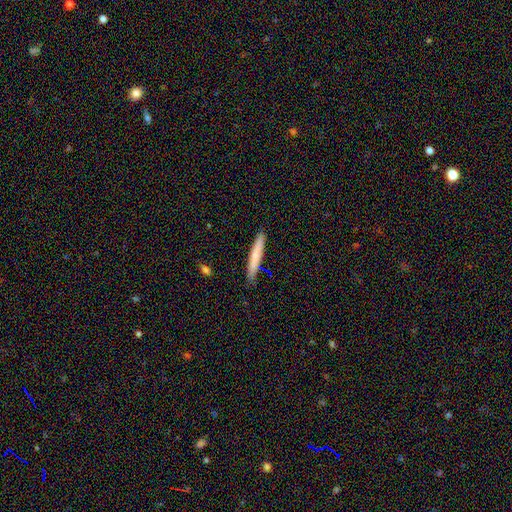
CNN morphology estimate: A smooth galaxy with no disk features (72%) that is cigar-shaped (95%).

Vote fractions:
- Smooth or featured? smooth: 72% / featured or disk: 22% / star or artifact: 6%
- How rounded? cigar-shaped: 95% / in between: 4% / round: 1%
- Merging? none: 88% / minor disturbance: 9% / merger: 2% / major disturbance: 2%